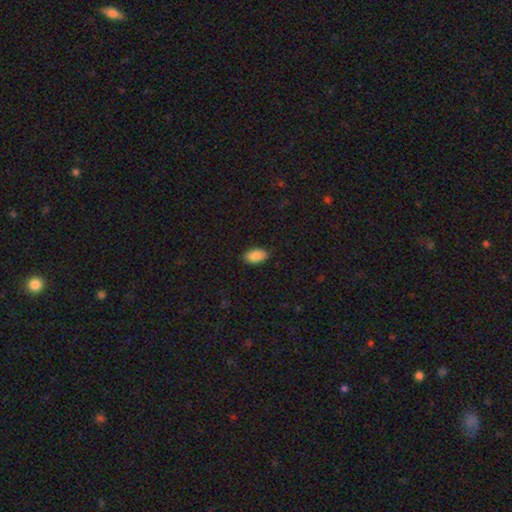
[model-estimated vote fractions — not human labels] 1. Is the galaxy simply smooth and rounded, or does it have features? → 88% smooth, 7% star or artifact, 4% featured or disk.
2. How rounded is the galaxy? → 94% in between, 4% round, 2% cigar-shaped.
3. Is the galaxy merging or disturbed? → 87% none, 10% minor disturbance, 2% major disturbance, 1% merger.